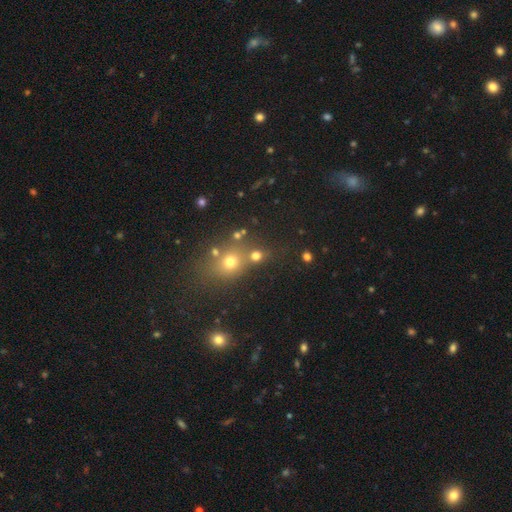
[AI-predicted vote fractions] smooth_or_featured: smooth (p=0.67) [alt: star or artifact p=0.22]
how_rounded: round (p=0.74) [alt: in between p=0.24]
merging: none (p=0.61) [alt: merger p=0.24]